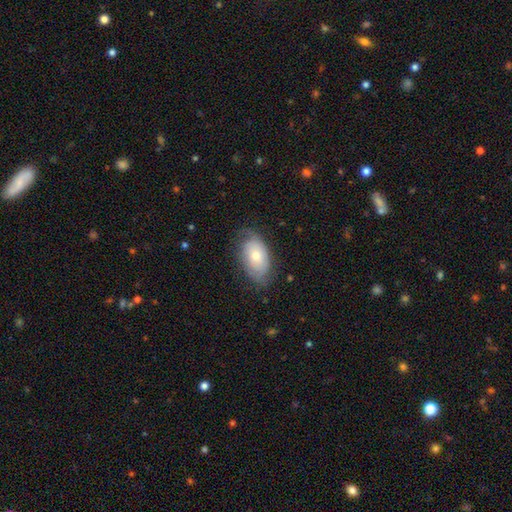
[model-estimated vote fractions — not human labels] smooth_or_featured: smooth (p=0.54) [alt: featured or disk p=0.39]
how_rounded: in between (p=0.90) [alt: round p=0.08]
merging: none (p=0.67) [alt: minor disturbance p=0.24]